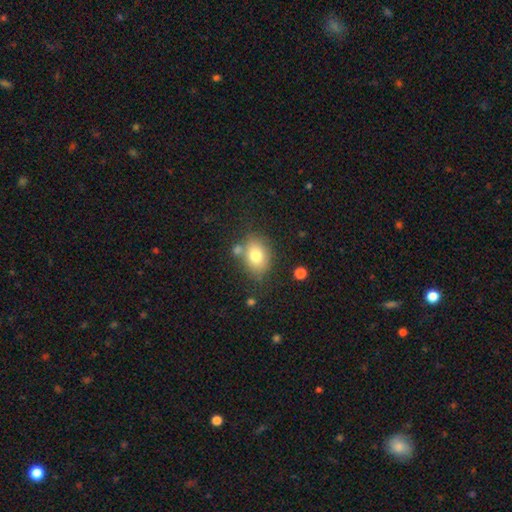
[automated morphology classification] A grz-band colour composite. It shows a smooth galaxy with no disk features (77%) that is in between round and cigar-shaped (68%). Merging: none (67%).